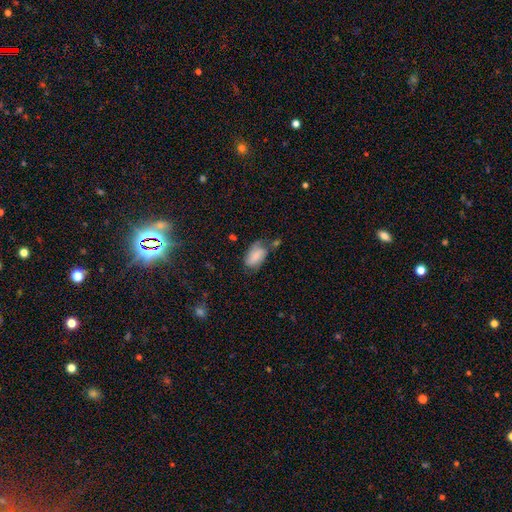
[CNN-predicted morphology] A smooth galaxy with no disk features (63%) that is in between round and cigar-shaped (91%).

Vote fractions:
- Smooth or featured? smooth: 63% / featured or disk: 28% / star or artifact: 8%
- How rounded? in between: 91% / round: 6% / cigar-shaped: 3%
- Merging? none: 46% / minor disturbance: 31% / major disturbance: 14% / merger: 9%